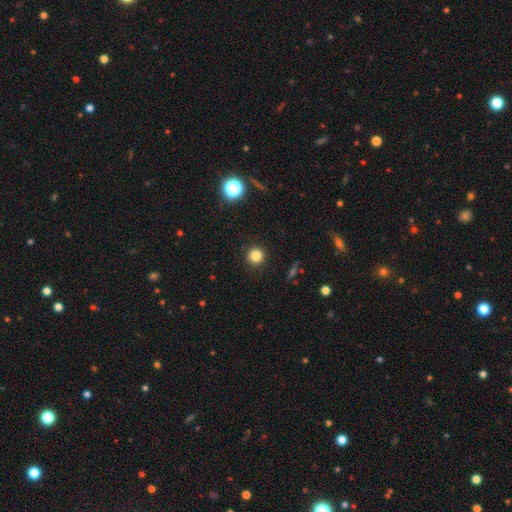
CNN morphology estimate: Smooth or featured? Predicted: smooth (p=0.82). How rounded? Predicted: round (p=0.95). Merging? Predicted: none (p=0.92).